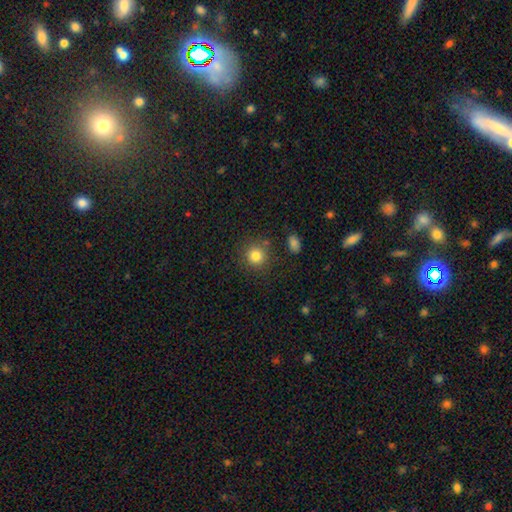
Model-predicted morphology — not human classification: Smooth or featured?
  - smooth: 82% *
  - star or artifact: 11%
  - featured or disk: 7%
How rounded?
  - round: 91% *
  - in between: 8%
  - cigar-shaped: 1%
Merging?
  - none: 82% *
  - minor disturbance: 10%
  - merger: 5%
  - major disturbance: 4%